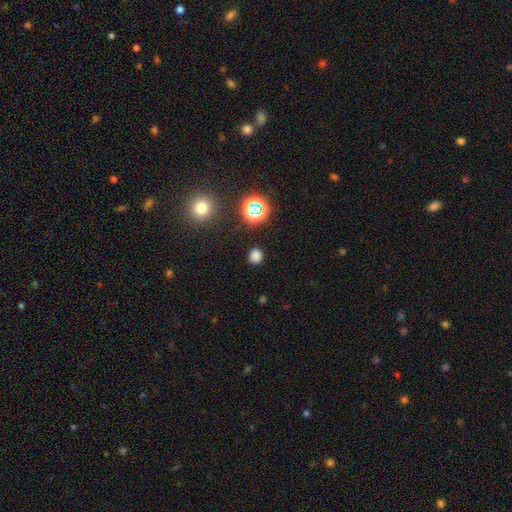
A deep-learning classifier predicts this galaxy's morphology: Smooth or featured? smooth (73%)
How rounded? round (81%)
Merging? none (87%)